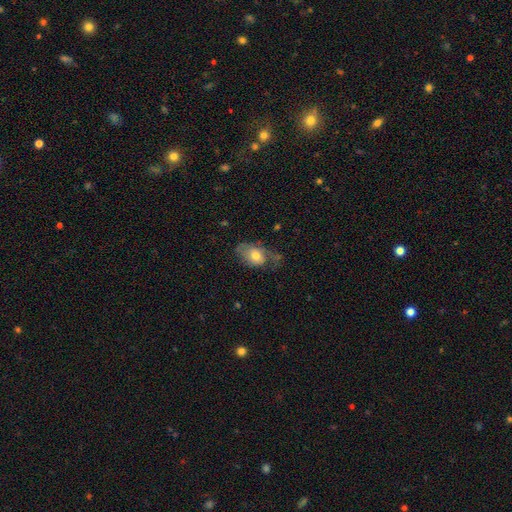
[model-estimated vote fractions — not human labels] Overall: smooth (59%; featured or disk 33%). How rounded: in between (83%). Merging: none (37%; minor disturbance 31%).